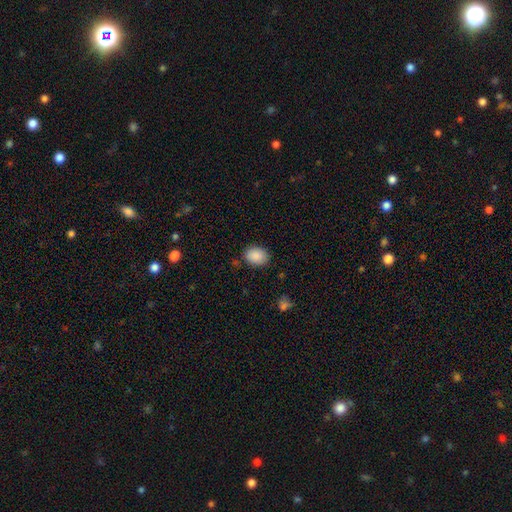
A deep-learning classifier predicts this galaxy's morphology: type=smooth (89%); roundness=in between (66%); merging=none (83%).